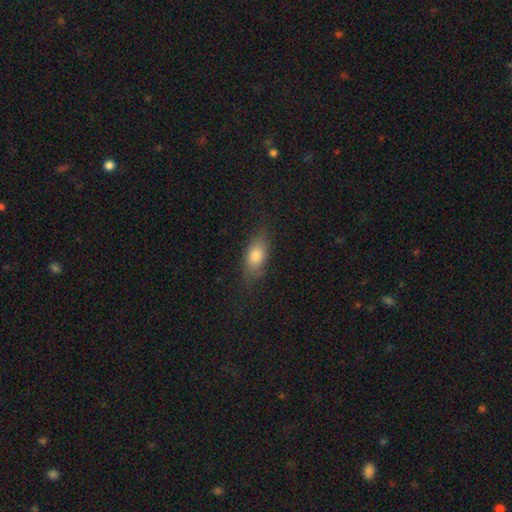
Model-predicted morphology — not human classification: Smooth or featured?
  - smooth: 78% *
  - featured or disk: 14%
  - star or artifact: 8%
How rounded?
  - in between: 82% *
  - cigar-shaped: 12%
  - round: 6%
Merging?
  - none: 75% *
  - minor disturbance: 18%
  - major disturbance: 6%
  - merger: 1%